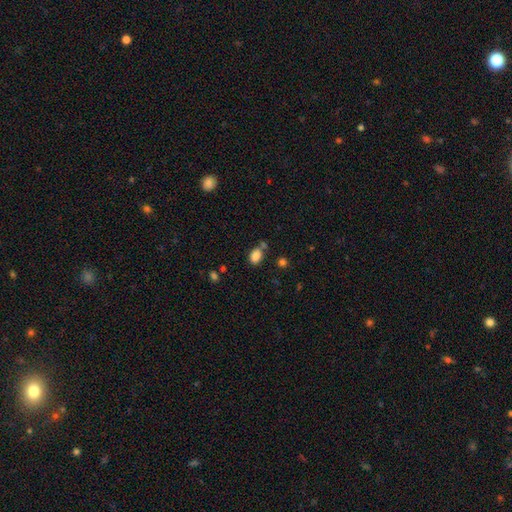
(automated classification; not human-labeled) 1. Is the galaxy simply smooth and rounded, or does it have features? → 85% smooth, 10% star or artifact, 5% featured or disk.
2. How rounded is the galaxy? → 81% in between, 18% round, 1% cigar-shaped.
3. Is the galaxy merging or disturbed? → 62% none, 17% merger, 16% minor disturbance, 5% major disturbance.